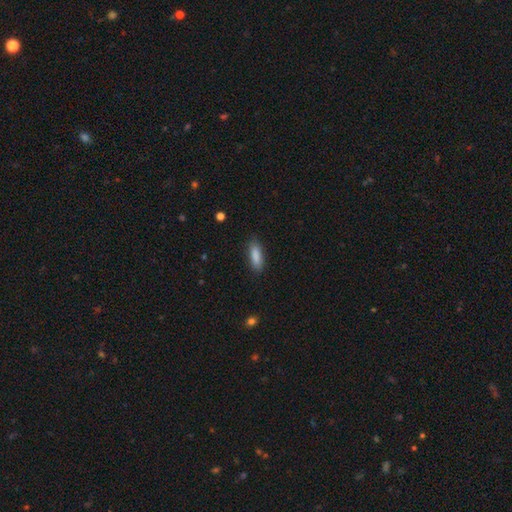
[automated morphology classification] smooth_or_featured: smooth (p=0.88) [alt: star or artifact p=0.07]
how_rounded: in between (p=0.56) [alt: cigar-shaped p=0.42]
merging: none (p=0.85) [alt: minor disturbance p=0.11]